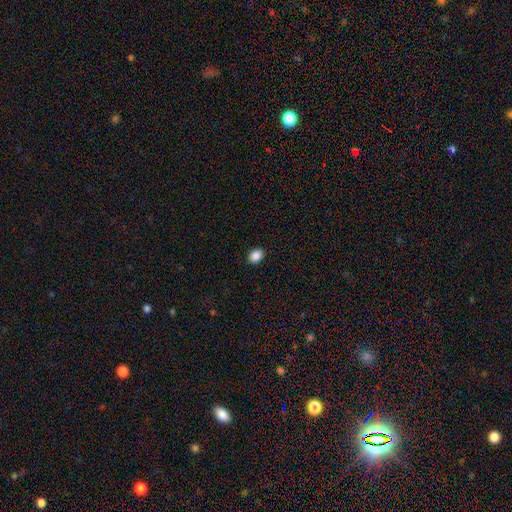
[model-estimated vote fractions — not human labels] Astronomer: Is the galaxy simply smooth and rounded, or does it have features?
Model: smooth — 88%.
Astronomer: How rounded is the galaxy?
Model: in between — 66%.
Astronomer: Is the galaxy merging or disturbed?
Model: none — 90%.